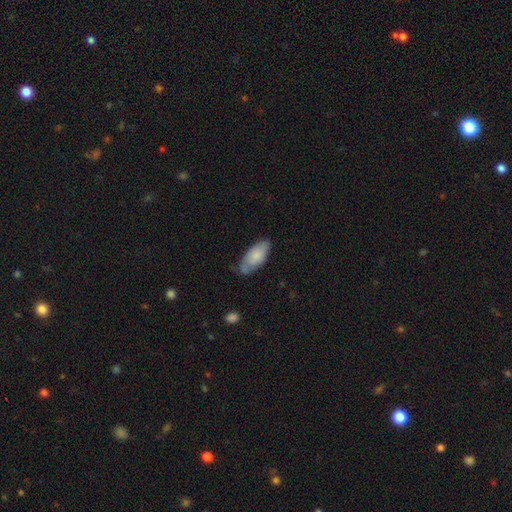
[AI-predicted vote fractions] This is likely a smooth galaxy (79%). How rounded: clearly in between (89%). Merging: likely none (60%).